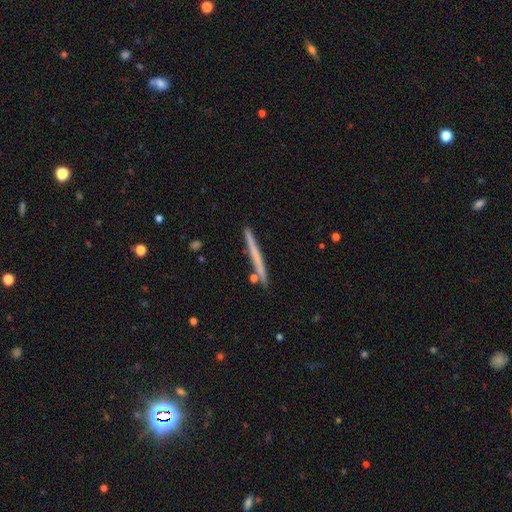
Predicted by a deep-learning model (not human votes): Smooth or featured?
  - smooth: 51% *
  - featured or disk: 43%
  - star or artifact: 6%
How rounded?
  - cigar-shaped: 97% *
  - in between: 2%
  - round: 1%
Merging?
  - none: 88% *
  - minor disturbance: 7%
  - merger: 3%
  - major disturbance: 1%